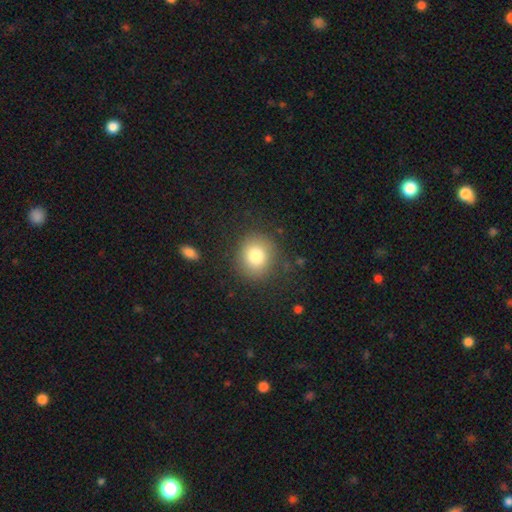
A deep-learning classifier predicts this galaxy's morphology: Q: Smooth or featured?
A: smooth (80%); runner-up: star or artifact (10%)
Q: How rounded?
A: round (83%); runner-up: in between (16%)
Q: Merging?
A: none (84%); runner-up: minor disturbance (10%)